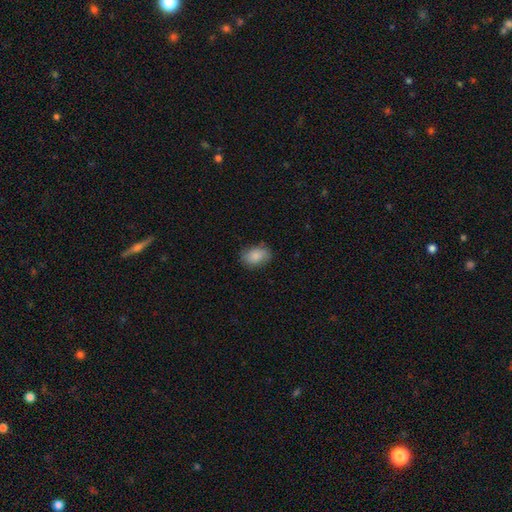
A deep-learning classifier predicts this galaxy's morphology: Smooth or featured: smooth — 86% (featured or disk — 7%)
How rounded: in between — 82% (round — 17%)
Merging: none — 79% (minor disturbance — 16%)